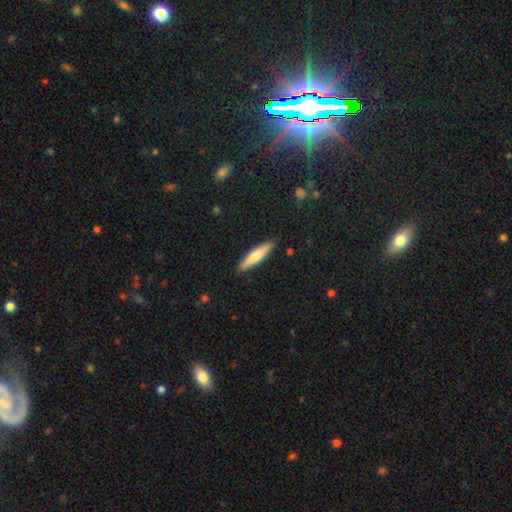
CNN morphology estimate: A smooth galaxy with no disk features (66%) that is cigar-shaped (79%).

Vote fractions:
- Smooth or featured? smooth: 66% / featured or disk: 29% / star or artifact: 5%
- How rounded? cigar-shaped: 79% / in between: 19% / round: 1%
- Merging? none: 90% / minor disturbance: 8% / major disturbance: 2% / merger: 1%